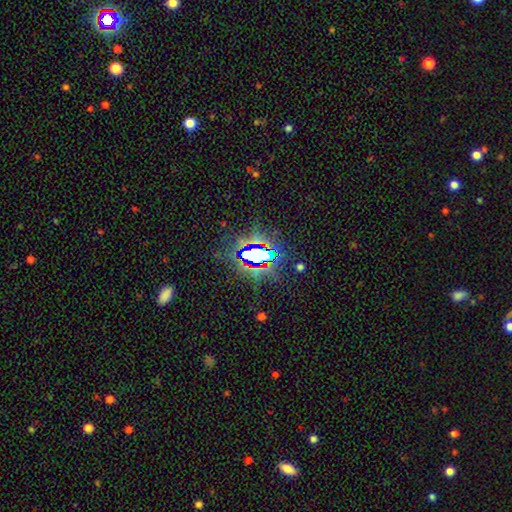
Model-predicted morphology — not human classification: A star or artifact, not a galaxy (73%).

Vote fractions:
- Smooth or featured? star or artifact: 73% / smooth: 16% / featured or disk: 12%